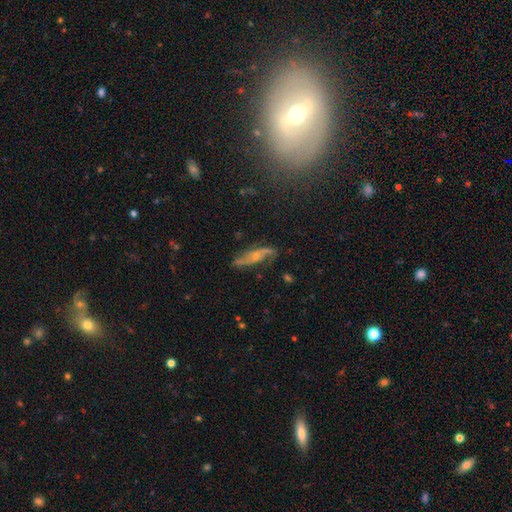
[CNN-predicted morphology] This appears to be a featured or disk galaxy (72%) with no bar (61%), 2 (84%) loose (53%) spiral arms (91%) and a small central bulge (58%). Merging: none (69%).